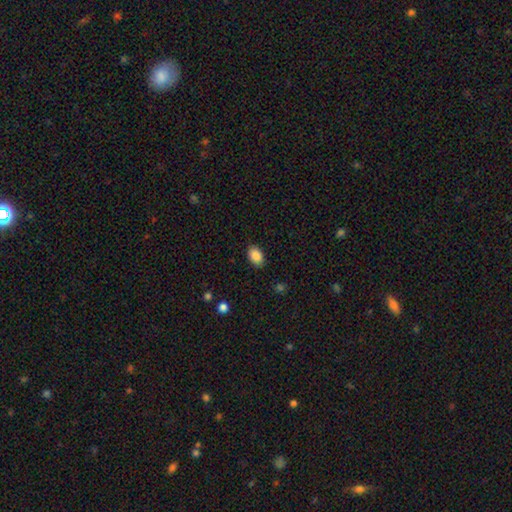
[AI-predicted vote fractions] Smooth or featured?
  - smooth: 88% *
  - star or artifact: 8%
  - featured or disk: 4%
How rounded?
  - in between: 86% *
  - round: 13%
  - cigar-shaped: 1%
Merging?
  - none: 88% *
  - minor disturbance: 9%
  - major disturbance: 2%
  - merger: 1%